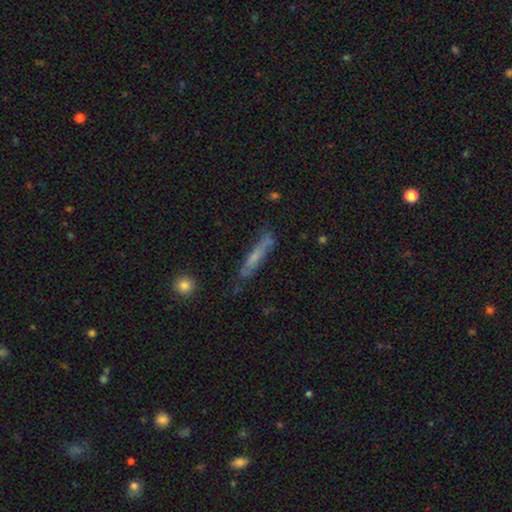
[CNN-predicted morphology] type=smooth (50%); roundness=cigar-shaped (92%); merging=none (73%).